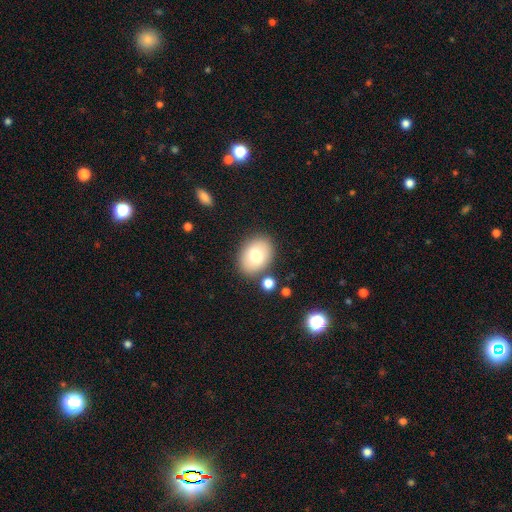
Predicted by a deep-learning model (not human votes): A smooth galaxy with no disk features (73%) that is in between round and cigar-shaped (67%). Merging: none (80%).